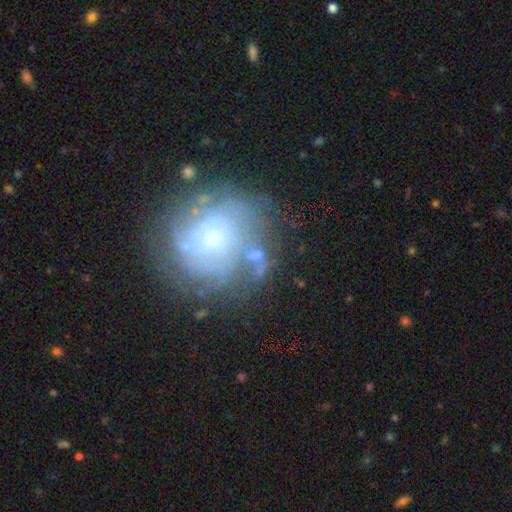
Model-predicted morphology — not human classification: Q: Smooth or featured?
A: featured or disk (52%); runner-up: smooth (29%)
Q: Edge-on disk?
A: no (95%); runner-up: yes (5%)
Q: Merging?
A: none (41%); runner-up: merger (26%)